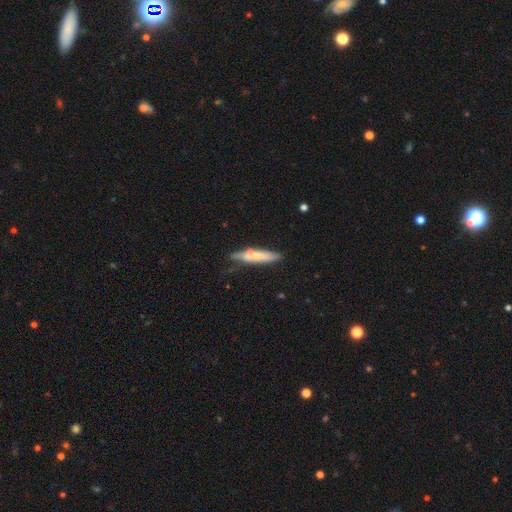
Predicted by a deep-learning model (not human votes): The model was most divided on "smooth or featured": smooth: 56%, featured or disk: 37%, star or artifact: 6%. More confident: how rounded — cigar-shaped (80%); merging — none (56%).